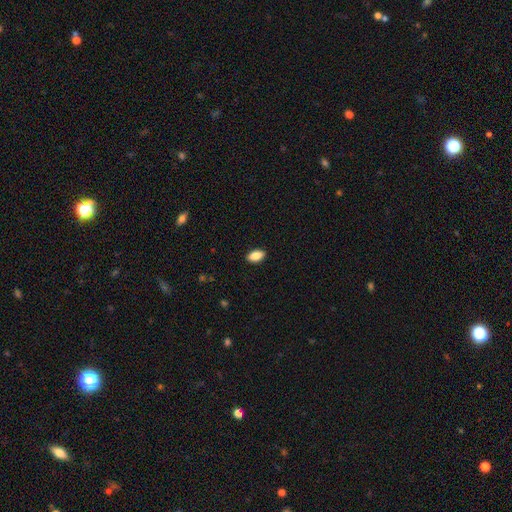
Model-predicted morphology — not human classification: This is clearly a smooth galaxy (86%). How rounded: clearly in between (91%). Merging: clearly none (90%).